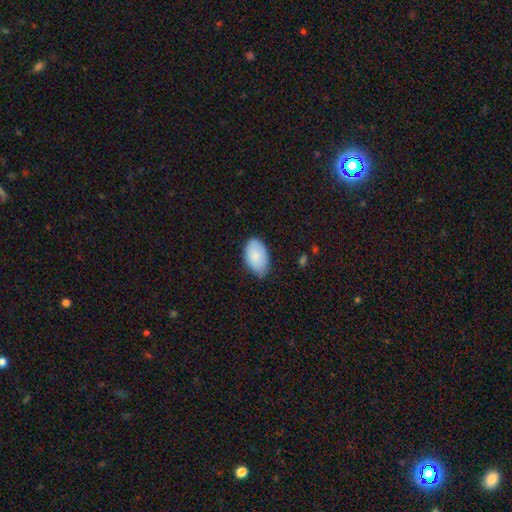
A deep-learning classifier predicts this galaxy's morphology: A smooth galaxy with no disk features (84%) that is in between round and cigar-shaped (93%). Merging: none (68%).